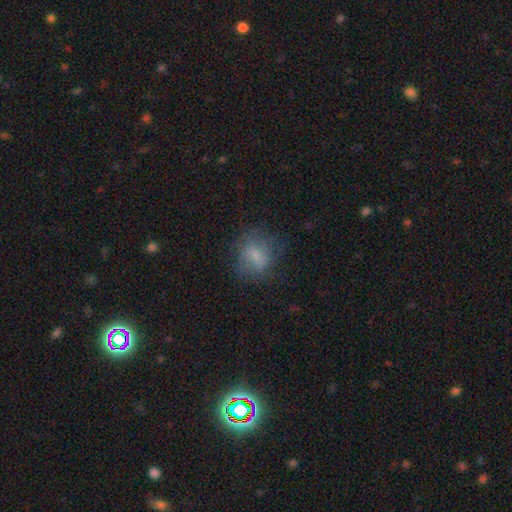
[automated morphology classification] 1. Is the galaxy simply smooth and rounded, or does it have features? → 71% smooth, 17% featured or disk, 11% star or artifact.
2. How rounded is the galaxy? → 58% round, 40% in between, 2% cigar-shaped.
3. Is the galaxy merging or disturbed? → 64% none, 21% minor disturbance, 14% major disturbance, 1% merger.